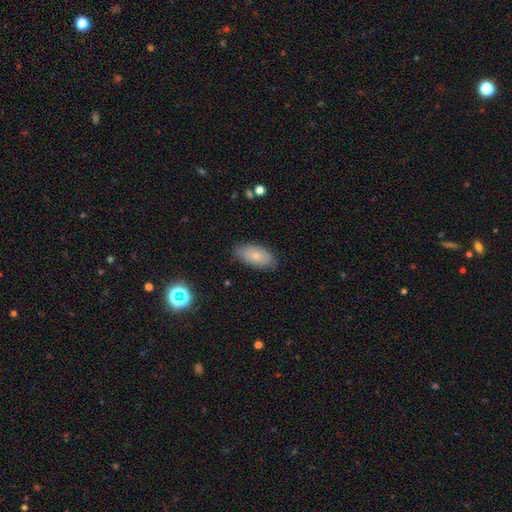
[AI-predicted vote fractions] smooth 75%, featured or disk 17%, star or artifact 8%. Down the decision tree: how rounded — in between (91%); merging — none (81%).